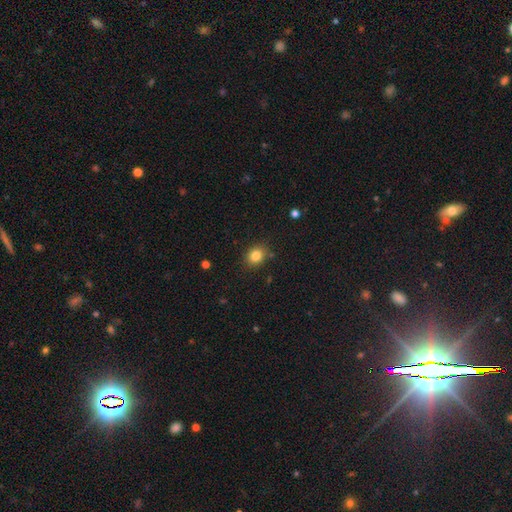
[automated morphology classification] smooth-or-featured: smooth: 83% | star or artifact: 11% | featured or disk: 6%
  how-rounded: round: 61% | in between: 38% | cigar-shaped: 1%
  merging: none: 84% | minor disturbance: 11% | major disturbance: 3% | merger: 2%